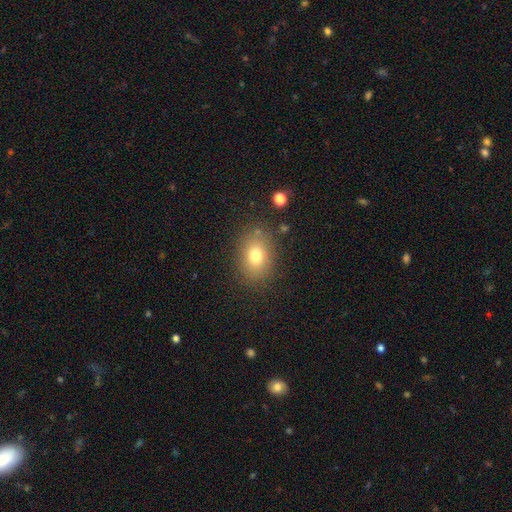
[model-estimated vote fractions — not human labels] A smooth galaxy with no disk features (76%) that is in between round and cigar-shaped (68%). Merging: none (82%).